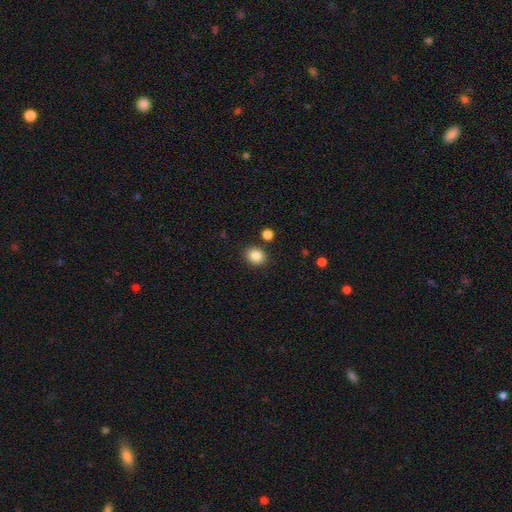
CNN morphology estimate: Smooth or featured? smooth (86%)
How rounded? round (63%)
Merging? none (85%)